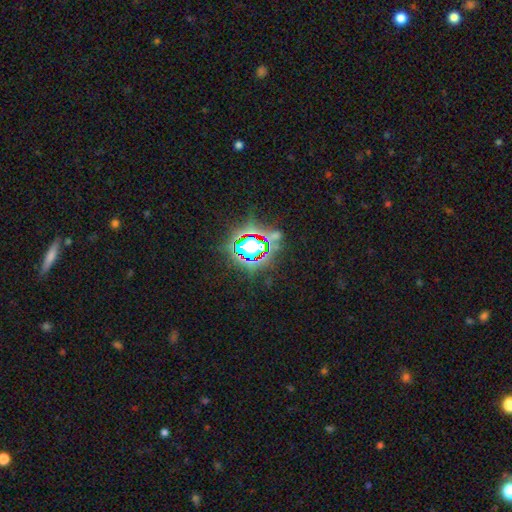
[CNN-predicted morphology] Smooth or featured? star or artifact (79%)